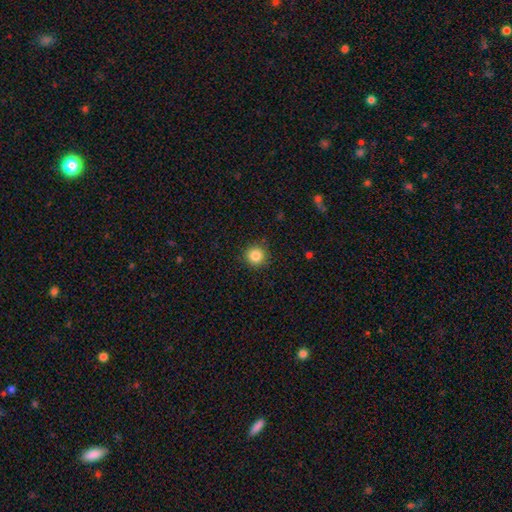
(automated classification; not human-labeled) smooth-or-featured: smooth: 85% | star or artifact: 11% | featured or disk: 4%
  how-rounded: round: 94% | in between: 5% | cigar-shaped: 1%
  merging: none: 91% | minor disturbance: 6% | major disturbance: 2% | merger: 1%